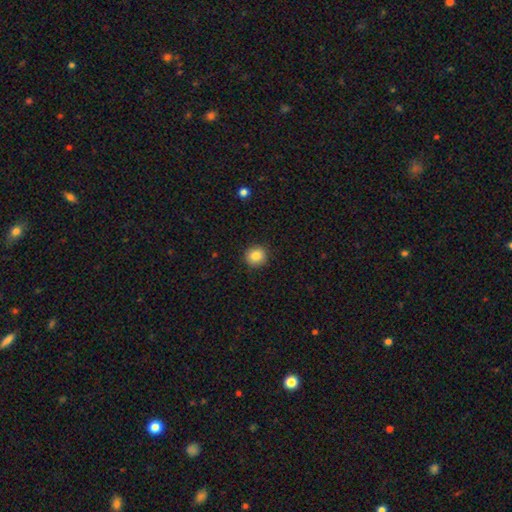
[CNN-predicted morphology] smooth_or_featured: smooth (p=0.85) [alt: star or artifact p=0.10]
how_rounded: round (p=0.90) [alt: in between p=0.09]
merging: none (p=0.91) [alt: minor disturbance p=0.07]